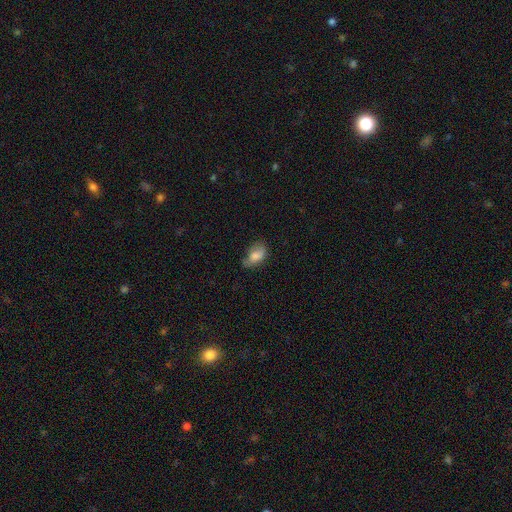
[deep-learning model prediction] A smooth galaxy with no disk features (76%) that is in between round and cigar-shaped (88%). Merging: none (44%).